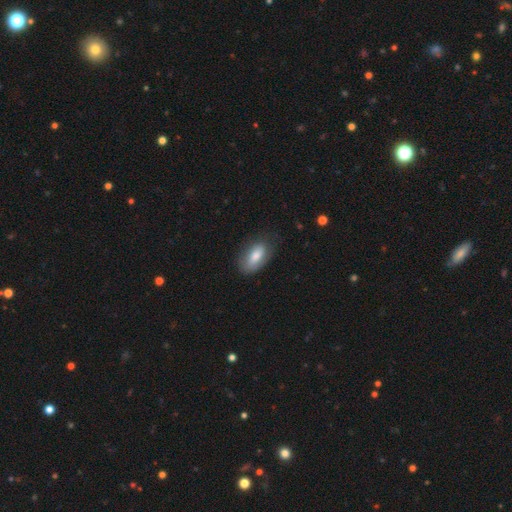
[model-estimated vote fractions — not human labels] The model was most divided on "merging": none: 69%, minor disturbance: 23%, major disturbance: 7%, merger: 1%. More confident: how rounded — in between (91%); smooth or featured — smooth (75%).